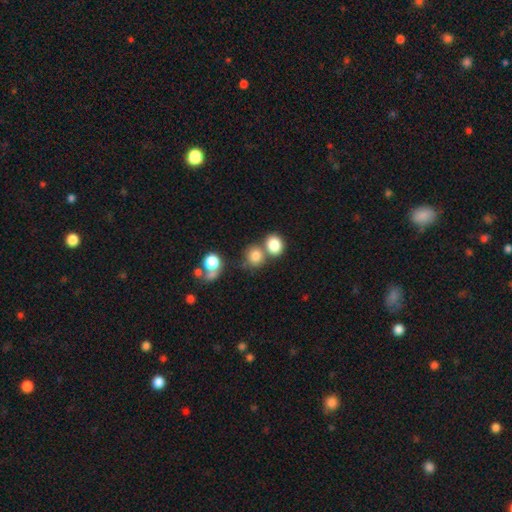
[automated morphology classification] Q: Smooth or featured?
A: smooth (79%); runner-up: star or artifact (12%)
Q: How rounded?
A: round (76%); runner-up: in between (23%)
Q: Merging?
A: none (53%); runner-up: merger (35%)